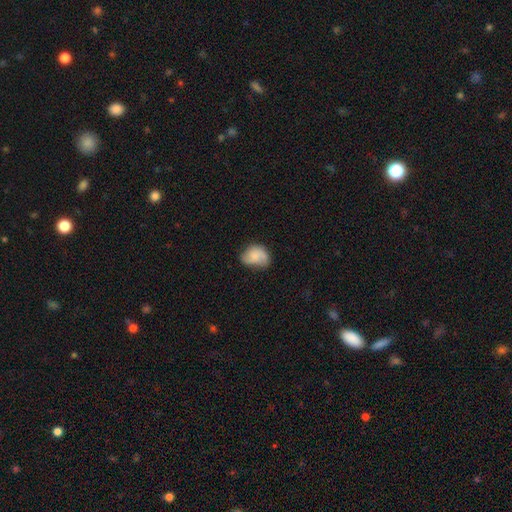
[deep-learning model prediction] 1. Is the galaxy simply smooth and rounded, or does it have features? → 65% smooth, 27% featured or disk, 8% star or artifact.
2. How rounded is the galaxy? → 68% in between, 31% round, 1% cigar-shaped.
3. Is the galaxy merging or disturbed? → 49% none, 35% minor disturbance, 12% major disturbance, 4% merger.